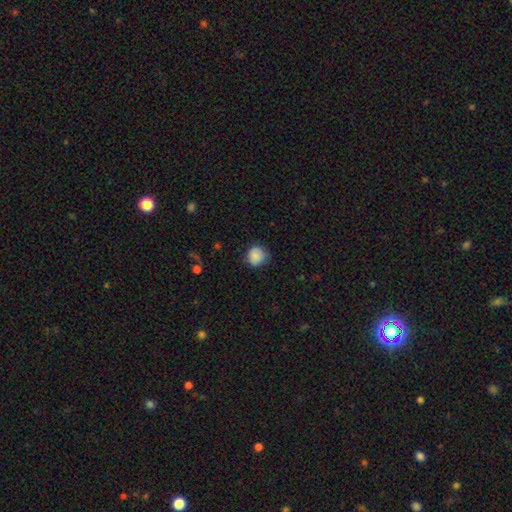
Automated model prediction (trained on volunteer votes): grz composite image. It shows a smooth galaxy with no disk features (85%) that is round (88%). Merging: none (70%).